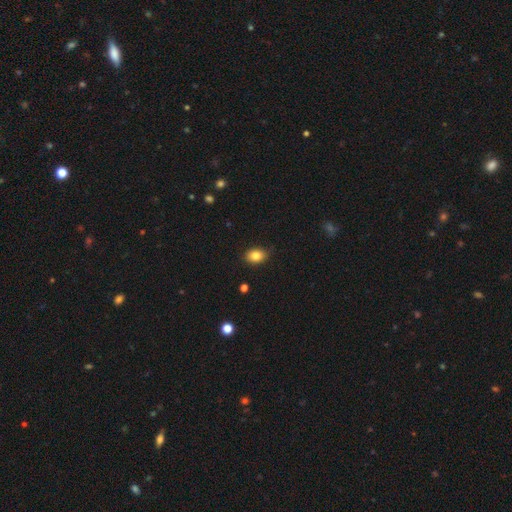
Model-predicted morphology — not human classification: This appears to be a smooth galaxy with no disk features (84%) that is in between round and cigar-shaped (74%). Merging: none (86%).